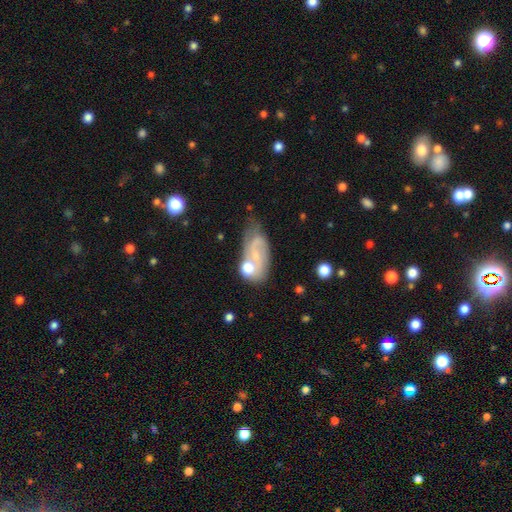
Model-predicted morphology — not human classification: smooth_or_featured: featured or disk (p=0.53) [alt: smooth p=0.37]
disk_edge_on: no (p=0.93) [alt: yes p=0.07]
merging: none (p=0.40) [alt: minor disturbance p=0.27]